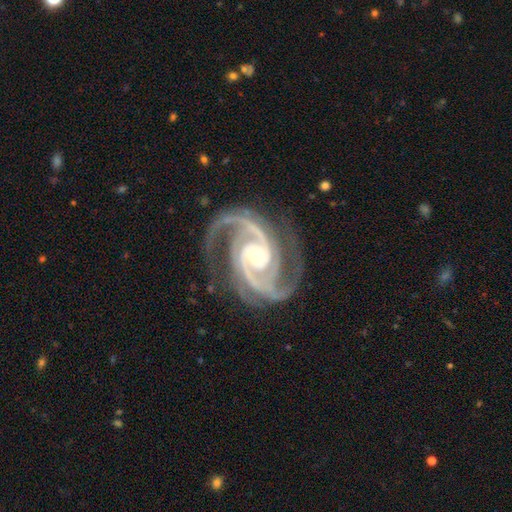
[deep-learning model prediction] Q: Smooth or featured?
A: featured or disk (94%); runner-up: star or artifact (4%)
Q: Edge-on disk?
A: no (98%); runner-up: yes (2%)
Q: Bar?
A: no (51%); runner-up: weak (31%)
Q: Spiral arms?
A: yes (99%); runner-up: no (1%)
Q: Spiral winding?
A: medium (47%); tied with: tight (47%)
Q: Spiral arm count?
A: 2 (61%); runner-up: 3 (24%)
Q: Bulge size?
A: moderate (49%); runner-up: small (46%)
Q: Merging?
A: none (78%); runner-up: minor disturbance (14%)